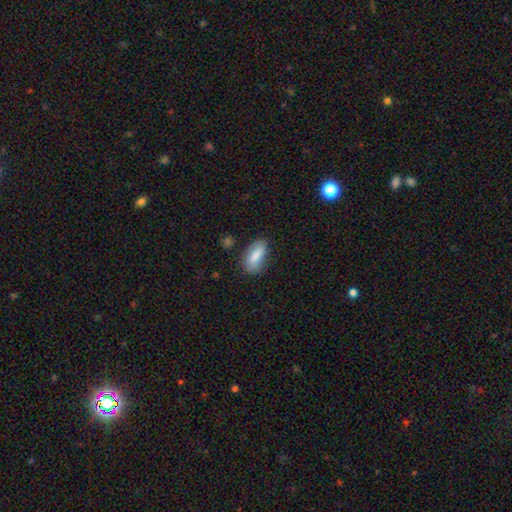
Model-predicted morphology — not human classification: The model was most divided on "merging": none: 72%, minor disturbance: 20%, major disturbance: 5%, merger: 3%. More confident: how rounded — in between (82%); smooth or featured — smooth (81%).